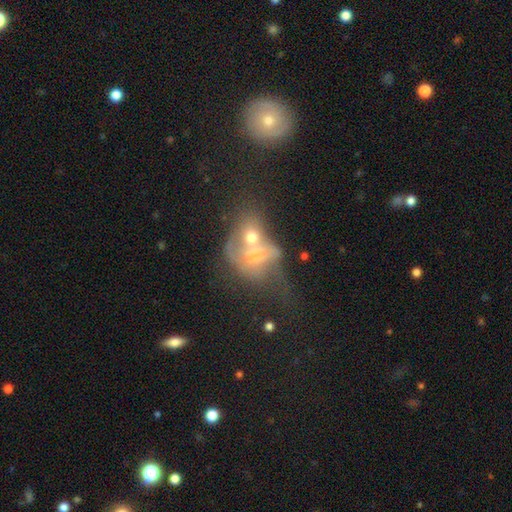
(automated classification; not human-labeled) This appears to be a smooth galaxy with no disk features (46%). Merging: merger (59%).